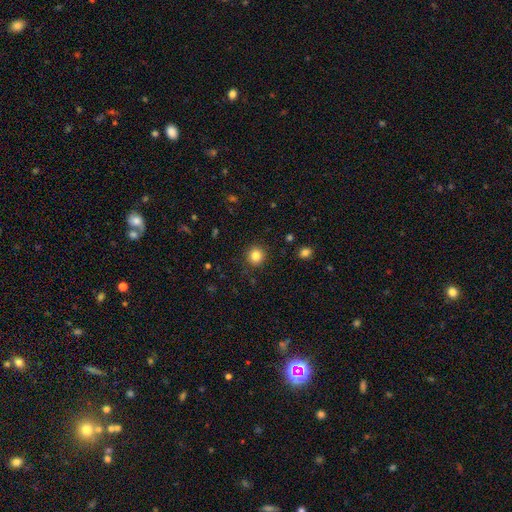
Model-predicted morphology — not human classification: A smooth galaxy with no disk features (84%) that is round (93%). Merging: none (91%).